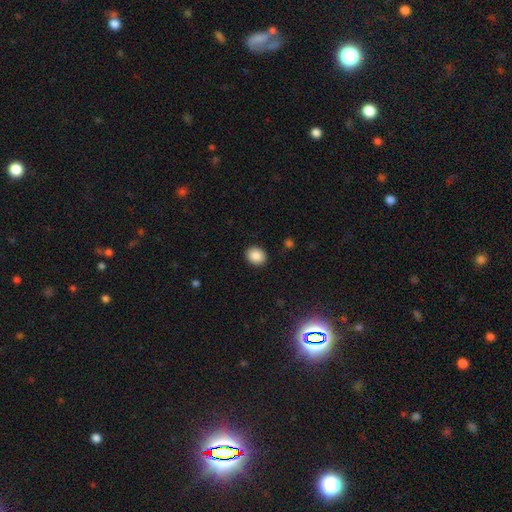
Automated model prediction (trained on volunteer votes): Smooth or featured?
  - smooth: 88% *
  - star or artifact: 9%
  - featured or disk: 4%
How rounded?
  - round: 63% *
  - in between: 36%
  - cigar-shaped: 1%
Merging?
  - none: 91% *
  - minor disturbance: 6%
  - major disturbance: 2%
  - merger: 1%